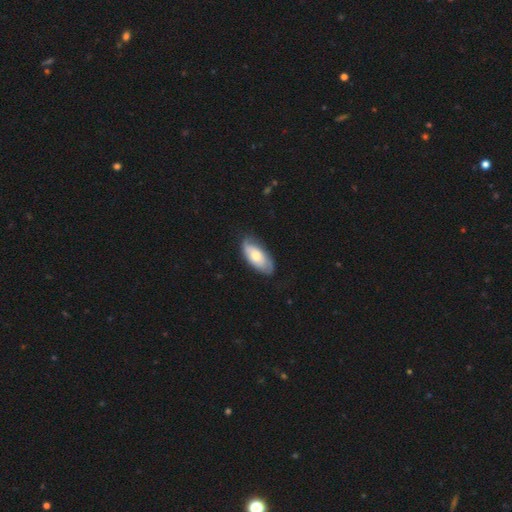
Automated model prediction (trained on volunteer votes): smooth-or-featured: smooth: 62% | featured or disk: 33% | star or artifact: 6%
  how-rounded: in between: 89% | cigar-shaped: 9% | round: 2%
  merging: none: 72% | minor disturbance: 22% | major disturbance: 5% | merger: 1%